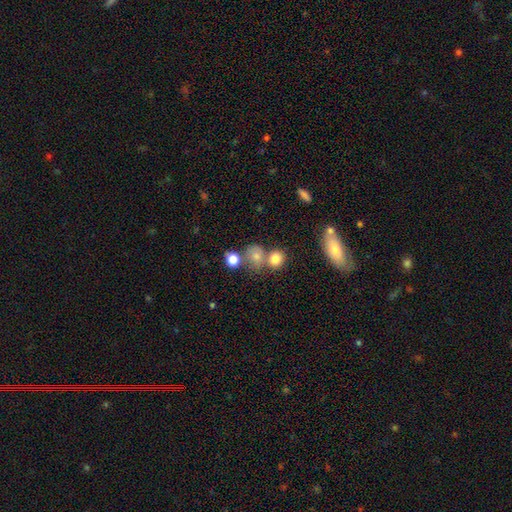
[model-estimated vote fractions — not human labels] Smooth or featured? Predicted: smooth (p=0.75). How rounded? Predicted: round (p=0.77). Merging? Predicted: none (p=0.49).